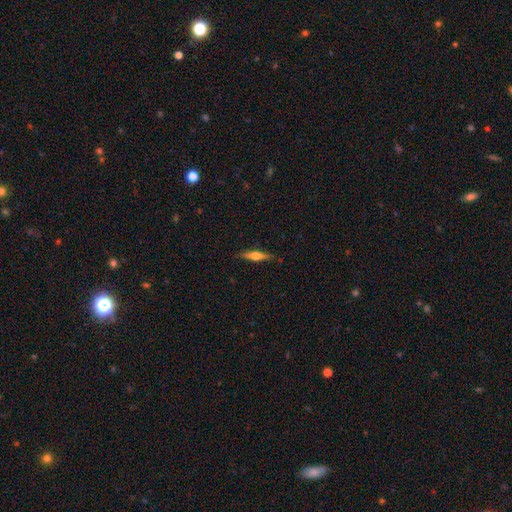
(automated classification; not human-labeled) The model was most divided on "smooth or featured": featured or disk: 60%, smooth: 34%, star or artifact: 6%. More confident: edge-on disk — yes (96%); edge-on bulge — rounded (89%); merging — none (87%).